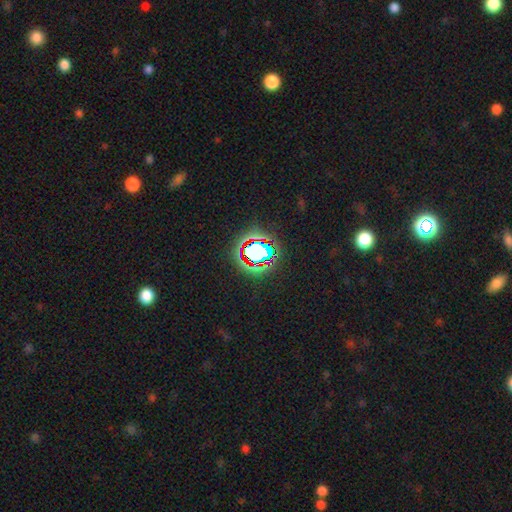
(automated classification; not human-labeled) Smooth or featured?
  - star or artifact: 71% *
  - smooth: 18%
  - featured or disk: 11%